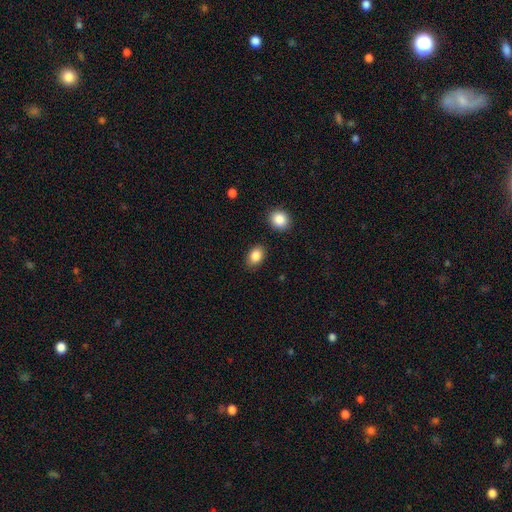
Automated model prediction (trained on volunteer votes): smooth-or-featured: smooth: 87% | star or artifact: 8% | featured or disk: 5%
  how-rounded: in between: 75% | round: 24% | cigar-shaped: 1%
  merging: none: 84% | minor disturbance: 10% | merger: 3% | major disturbance: 3%